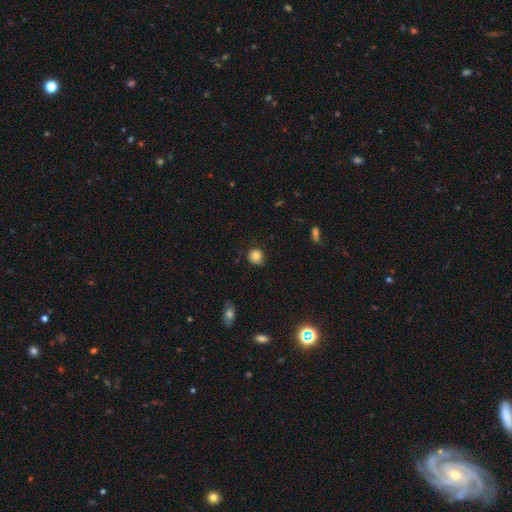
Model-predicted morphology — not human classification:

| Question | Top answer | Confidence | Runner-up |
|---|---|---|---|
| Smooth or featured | smooth | 79% | featured or disk (11%) |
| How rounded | round | 85% | in between (14%) |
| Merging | none | 66% | minor disturbance (26%) |